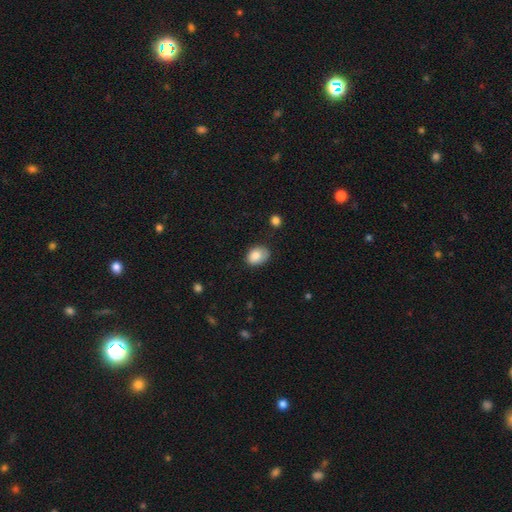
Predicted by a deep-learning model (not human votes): The model was most divided on "merging": none: 62%, minor disturbance: 29%, major disturbance: 7%, merger: 2%. More confident: smooth or featured — smooth (85%); how rounded — in between (73%).